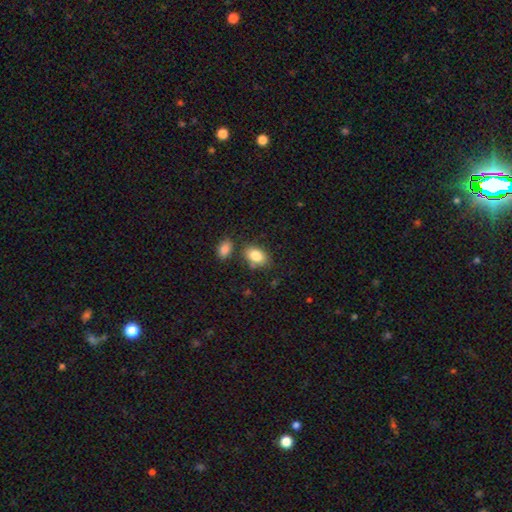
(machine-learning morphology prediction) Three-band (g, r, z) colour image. It shows a smooth galaxy with no disk features (84%) that is in between round and cigar-shaped (84%). Merging: none (70%).